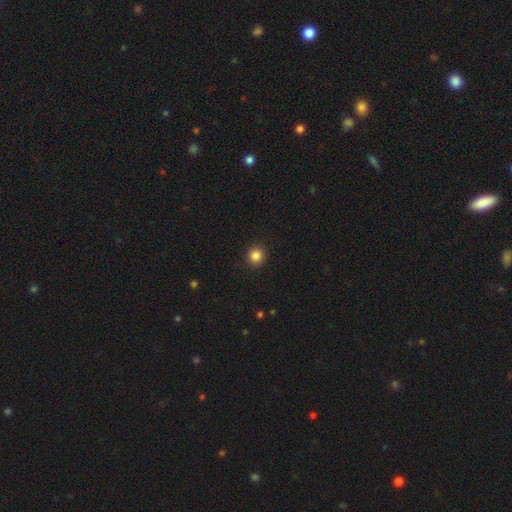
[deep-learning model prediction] Smooth or featured? smooth (85%)
How rounded? round (93%)
Merging? none (92%)